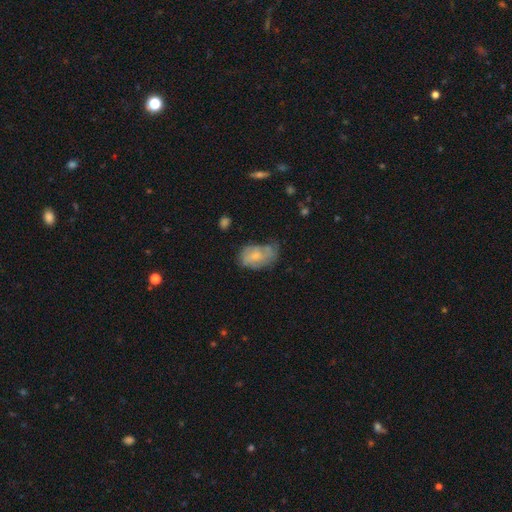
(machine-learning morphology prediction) This is possibly a smooth galaxy (55%). How rounded: clearly in between (88%). Merging: marginally none (39%).